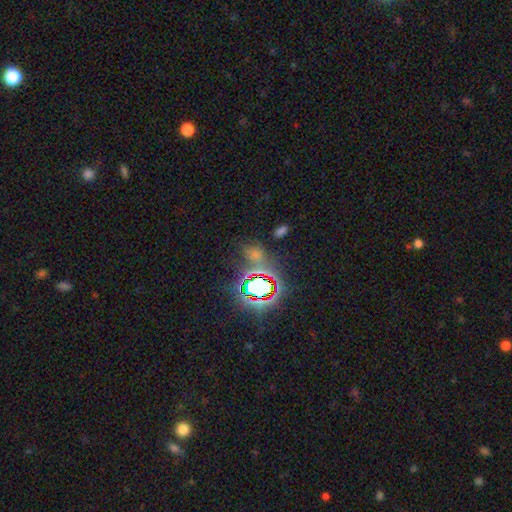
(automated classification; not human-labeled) Smooth or featured: star or artifact — 68% (smooth — 23%)